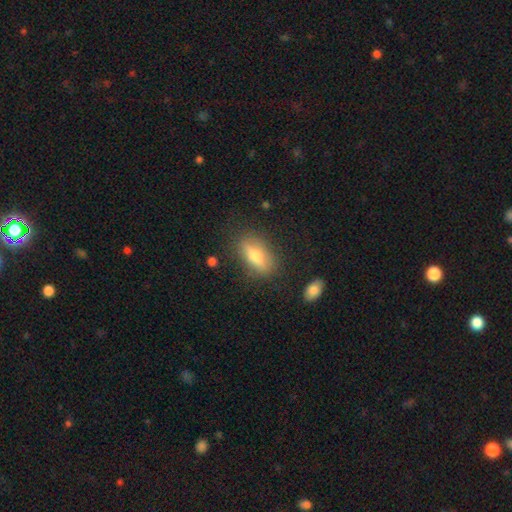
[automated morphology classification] This is likely a smooth galaxy (62%). How rounded: likely in between (74%). Merging: likely none (79%).